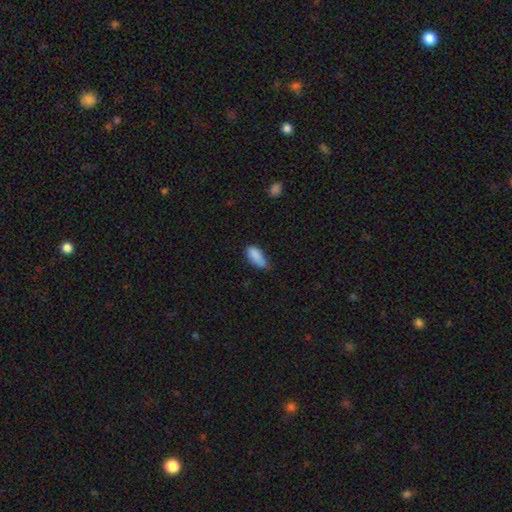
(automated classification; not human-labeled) Overall: smooth (86%). How rounded: in between (83%). Merging: none (44%; minor disturbance 43%).